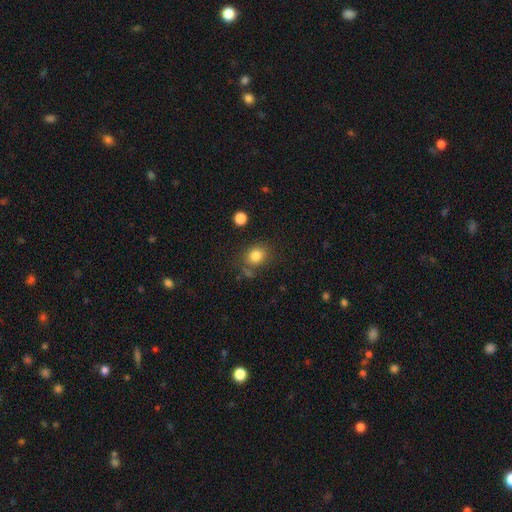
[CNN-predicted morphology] Smooth or featured? Predicted: smooth (p=0.82). How rounded? Predicted: round (p=0.63). Merging? Predicted: none (p=0.73).